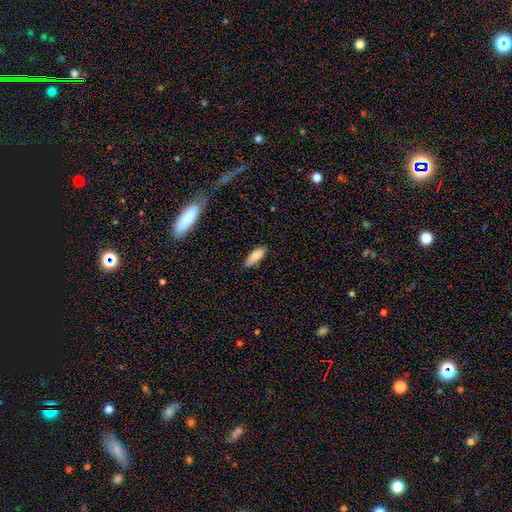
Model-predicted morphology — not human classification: A smooth galaxy with no disk features (86%) that is in between round and cigar-shaped (70%). Merging: none (80%).